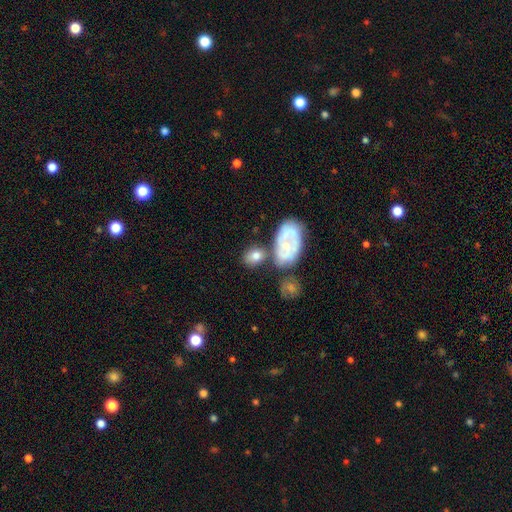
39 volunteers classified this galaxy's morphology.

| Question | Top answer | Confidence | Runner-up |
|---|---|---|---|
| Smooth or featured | smooth | 74% | featured or disk (21%) |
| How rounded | in between | 69% | round (28%) |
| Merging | none | 41% | minor disturbance (32%) |